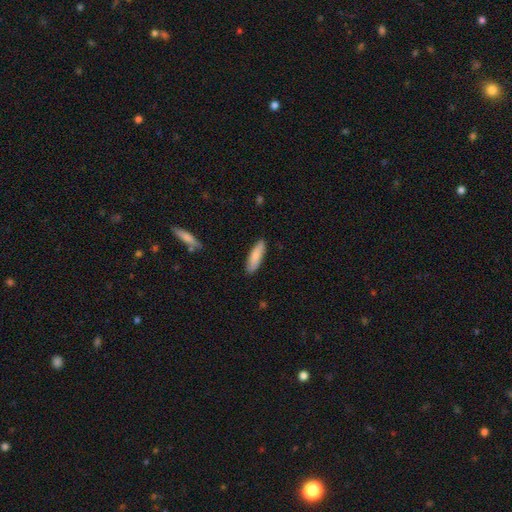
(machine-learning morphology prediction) A smooth galaxy with no disk features (85%) that is cigar-shaped (59%).

Vote fractions:
- Smooth or featured? smooth: 85% / featured or disk: 10% / star or artifact: 5%
- How rounded? cigar-shaped: 59% / in between: 39% / round: 1%
- Merging? none: 88% / minor disturbance: 9% / major disturbance: 2% / merger: 1%